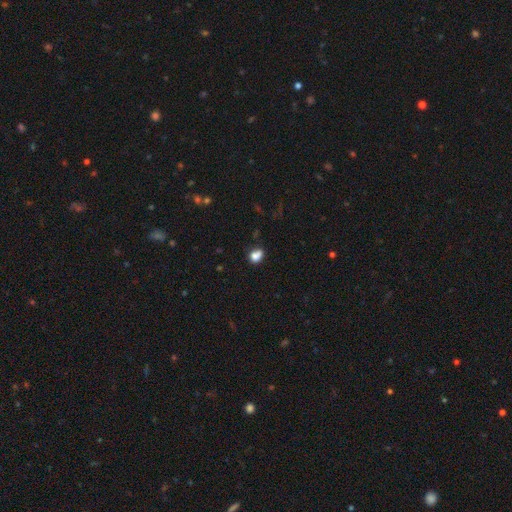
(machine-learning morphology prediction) This appears to be a smooth galaxy with no disk features (80%) that is in between round and cigar-shaped (52%). Merging: none (54%).